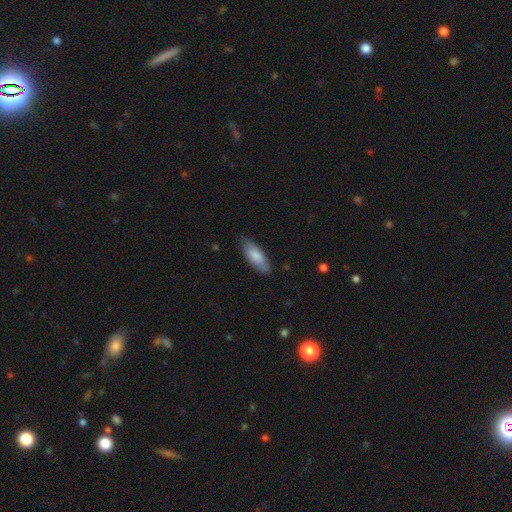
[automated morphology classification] Smooth or featured: smooth — 80% (featured or disk — 15%)
How rounded: in between — 76% (cigar-shaped — 22%)
Merging: none — 77% (minor disturbance — 19%)